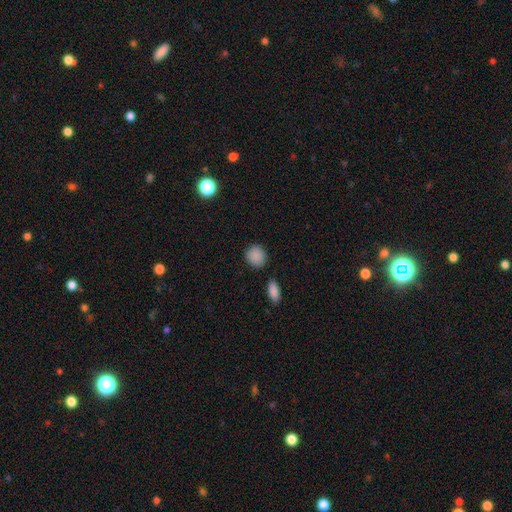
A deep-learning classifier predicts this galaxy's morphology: Smooth or featured?
  - smooth: 89% *
  - star or artifact: 8%
  - featured or disk: 4%
How rounded?
  - round: 70% *
  - in between: 29%
  - cigar-shaped: 1%
Merging?
  - none: 82% *
  - minor disturbance: 11%
  - merger: 4%
  - major disturbance: 3%